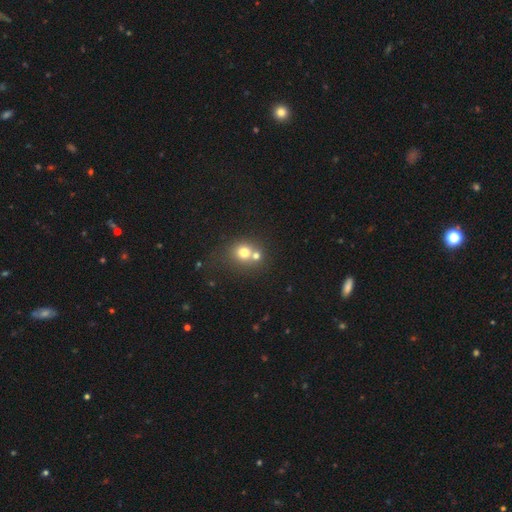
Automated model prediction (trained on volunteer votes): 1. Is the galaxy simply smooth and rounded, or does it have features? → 71% smooth, 15% featured or disk, 14% star or artifact.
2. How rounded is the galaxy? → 81% round, 18% in between, 1% cigar-shaped.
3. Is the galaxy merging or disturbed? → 46% merger, 44% none, 7% minor disturbance, 3% major disturbance.